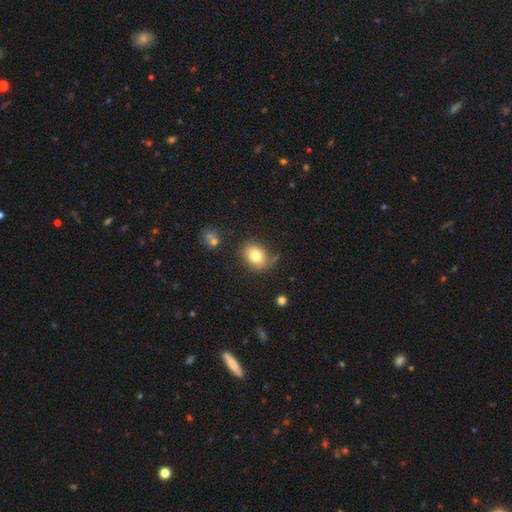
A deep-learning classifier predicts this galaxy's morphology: This appears to be a smooth galaxy with no disk features (78%) that is in between round and cigar-shaped (58%). Merging: none (69%).